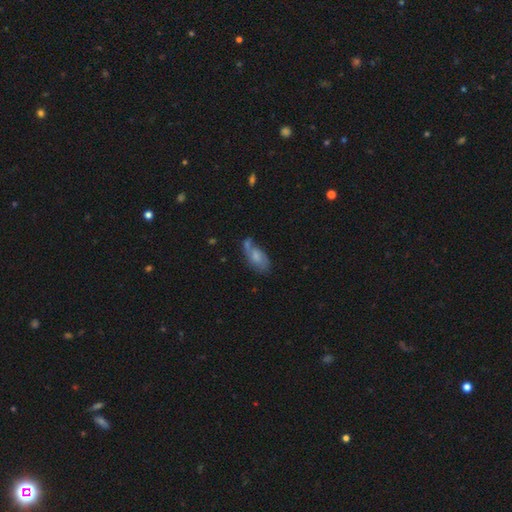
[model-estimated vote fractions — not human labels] This is possibly a smooth galaxy (55%). How rounded: clearly in between (88%). Merging: marginally none (43%).